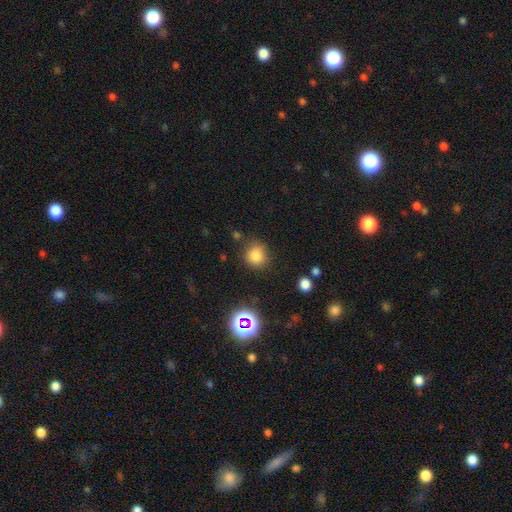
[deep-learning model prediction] This is likely a smooth galaxy (79%). How rounded: clearly round (87%). Merging: likely none (80%).